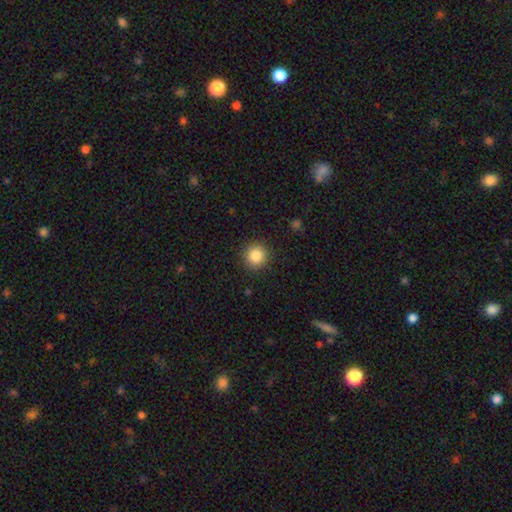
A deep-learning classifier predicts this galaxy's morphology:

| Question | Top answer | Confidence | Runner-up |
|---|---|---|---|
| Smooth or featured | smooth | 85% | star or artifact (10%) |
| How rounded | round | 94% | in between (5%) |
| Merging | none | 91% | minor disturbance (6%) |